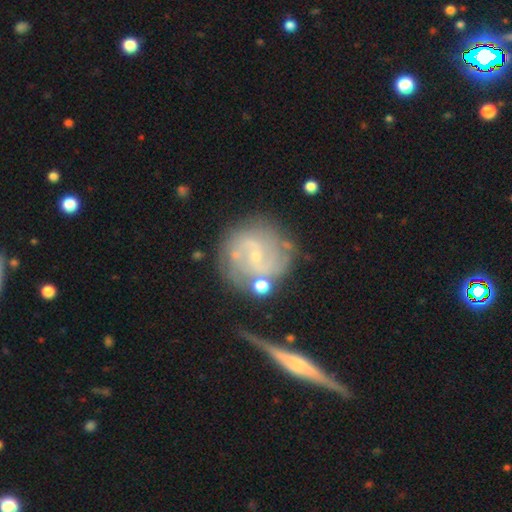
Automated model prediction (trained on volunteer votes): Smooth or featured? featured or disk (79%)
Edge-on disk? no (96%)
Bar? no (54%)
Spiral arms? yes (91%)
Spiral winding? tight (48%)
Spiral arm count? 2 (50%)
Bulge size? small (80%)
Merging? none (63%)